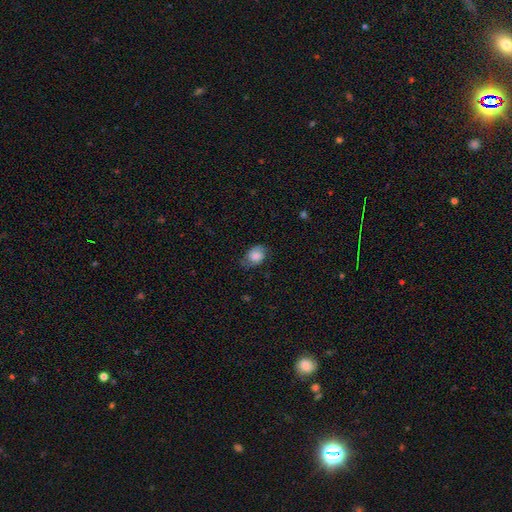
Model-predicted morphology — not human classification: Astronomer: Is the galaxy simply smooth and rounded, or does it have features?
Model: smooth — 72%.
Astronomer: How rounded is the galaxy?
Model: in between — 71%.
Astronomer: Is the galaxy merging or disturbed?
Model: none — 63%.